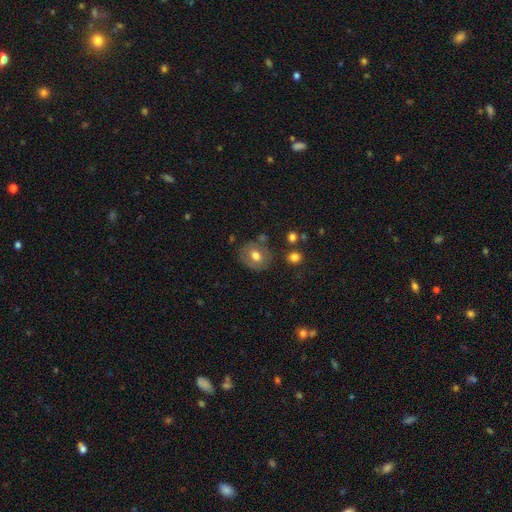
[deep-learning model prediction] smooth-or-featured: smooth: 68% | featured or disk: 23% | star or artifact: 9%
  how-rounded: round: 71% | in between: 28% | cigar-shaped: 1%
  merging: none: 75% | minor disturbance: 15% | major disturbance: 5% | merger: 5%